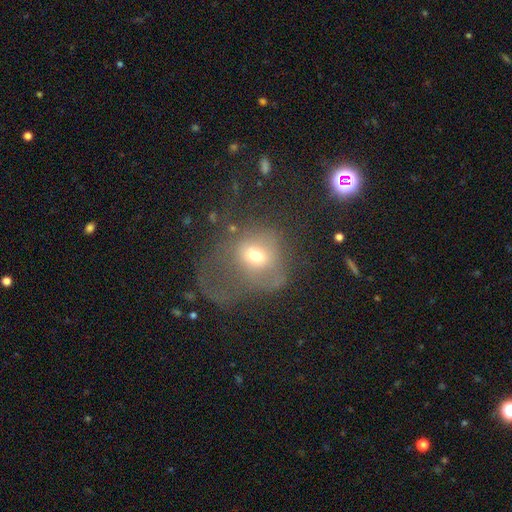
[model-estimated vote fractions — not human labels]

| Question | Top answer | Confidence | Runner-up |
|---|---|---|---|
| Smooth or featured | smooth | 55% | featured or disk (31%) |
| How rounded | round | 69% | in between (29%) |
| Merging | major disturbance | 61% | none (21%) |